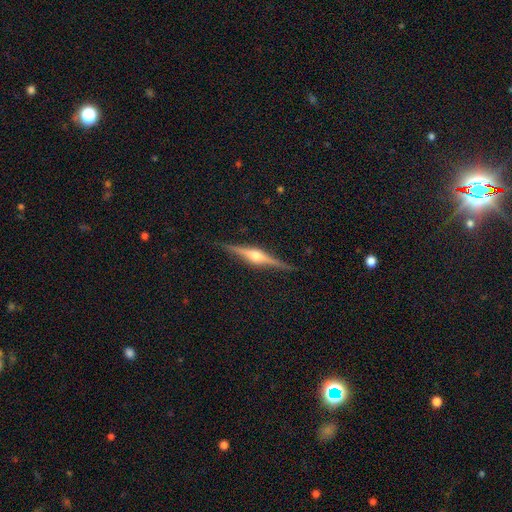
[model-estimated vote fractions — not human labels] This appears to be a featured or disk galaxy (85%) viewed edge-on (98%) with a rounded central bulge (90%). Merging: none (90%).